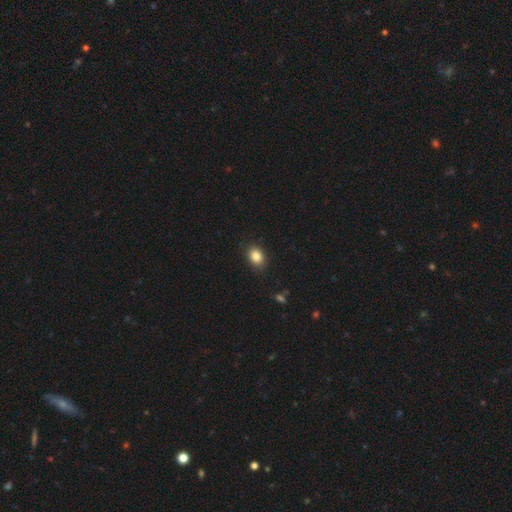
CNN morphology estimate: A smooth galaxy with no disk features (86%) that is in between round and cigar-shaped (69%). Merging: none (87%).